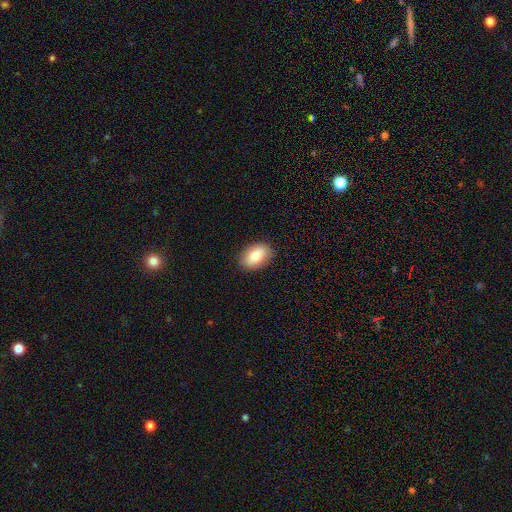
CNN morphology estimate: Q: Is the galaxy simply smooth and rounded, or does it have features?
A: smooth — 83%.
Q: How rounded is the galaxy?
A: in between — 89%.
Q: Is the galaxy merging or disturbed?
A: none — 88%.